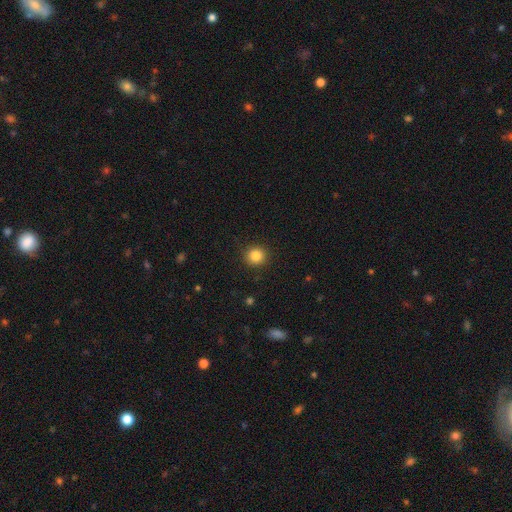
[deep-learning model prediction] Overall: smooth (85%). How rounded: round (92%). Merging: none (91%).